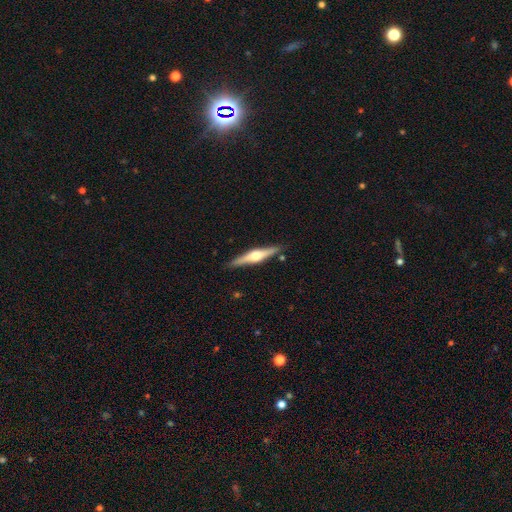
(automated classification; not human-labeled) Morphology: type=featured or disk (71%); edge-on=yes (97%); edge-on bulge=rounded (94%); merging=none (88%).